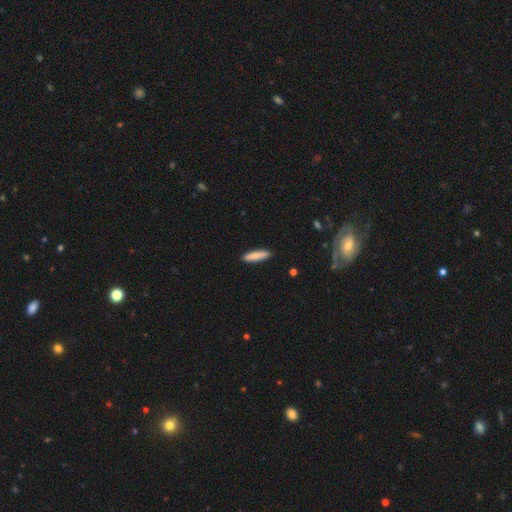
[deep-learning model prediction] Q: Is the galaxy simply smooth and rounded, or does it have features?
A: smooth — 84%.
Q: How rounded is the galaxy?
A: cigar-shaped — 80%.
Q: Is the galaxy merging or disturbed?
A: none — 90%.